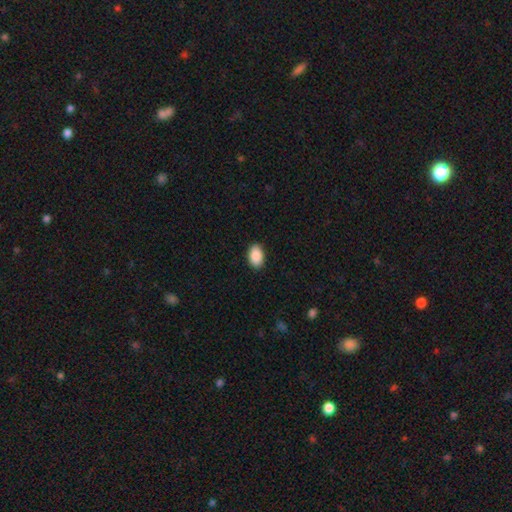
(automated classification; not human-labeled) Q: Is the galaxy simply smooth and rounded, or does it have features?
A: smooth — 90%.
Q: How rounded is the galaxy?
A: in between — 91%.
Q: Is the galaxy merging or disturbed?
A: none — 90%.